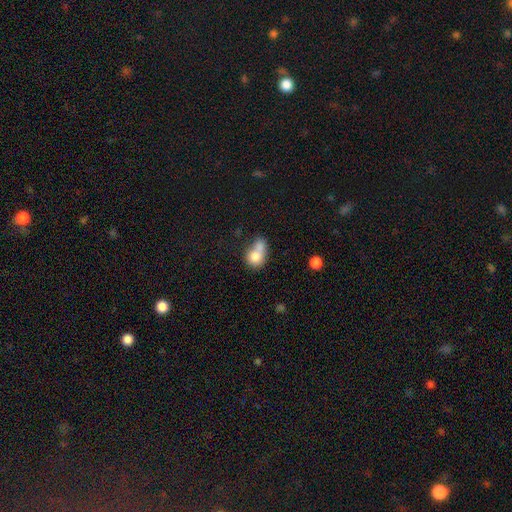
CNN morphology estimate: Q: Smooth or featured?
A: smooth (75%); runner-up: featured or disk (15%)
Q: How rounded?
A: round (56%); runner-up: in between (42%)
Q: Merging?
A: merger (59%); runner-up: none (22%)